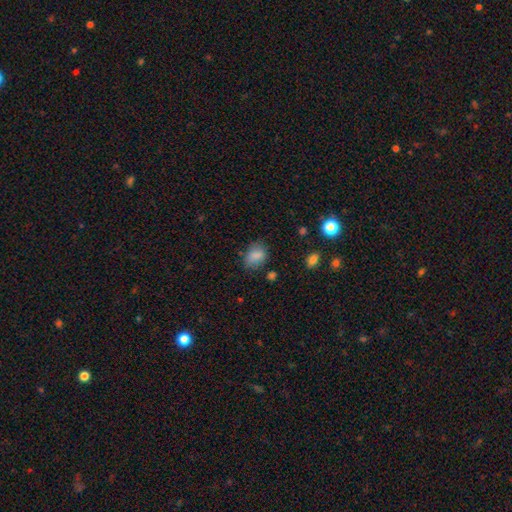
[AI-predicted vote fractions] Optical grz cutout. It shows a smooth galaxy with no disk features (82%) that is in between round and cigar-shaped (67%). Merging: none (69%).